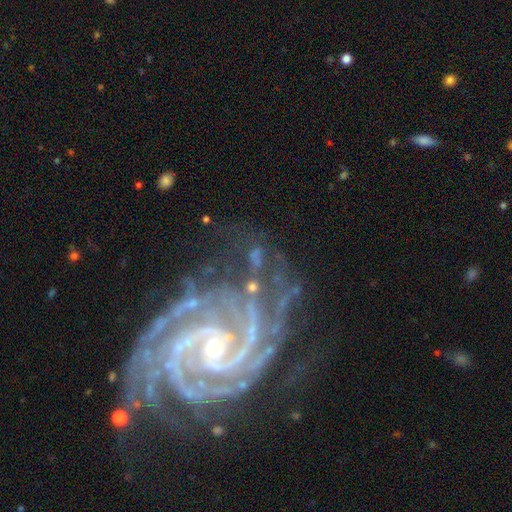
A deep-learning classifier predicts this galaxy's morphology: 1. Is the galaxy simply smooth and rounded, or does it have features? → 77% featured or disk, 15% star or artifact, 8% smooth.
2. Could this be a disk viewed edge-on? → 97% no, 3% yes.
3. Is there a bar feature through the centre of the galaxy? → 46% no, 30% weak, 24% strong.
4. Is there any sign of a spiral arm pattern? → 89% yes, 11% no.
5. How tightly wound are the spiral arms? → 51% tight, 36% medium, 13% loose.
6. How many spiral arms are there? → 27% can't tell, 23% 2, 21% 3, 11% 4, 10% more than 4, 9% 1.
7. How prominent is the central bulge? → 58% small, 24% moderate, 13% none, 3% large, 2% dominant.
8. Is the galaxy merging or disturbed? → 48% none, 27% major disturbance, 18% minor disturbance, 8% merger.